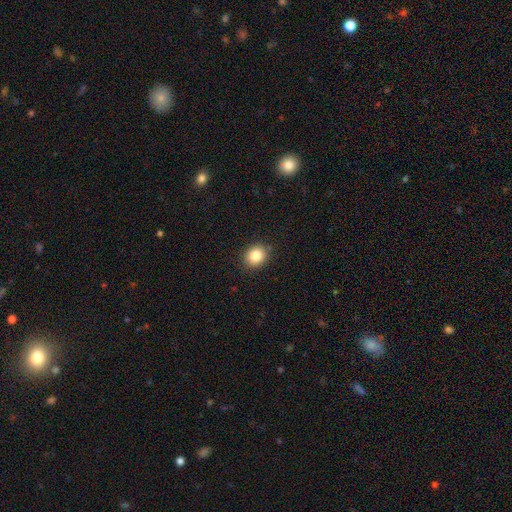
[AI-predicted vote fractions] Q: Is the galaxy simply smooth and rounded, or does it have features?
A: smooth — 84%.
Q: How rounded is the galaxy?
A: round — 71%.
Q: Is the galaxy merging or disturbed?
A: none — 87%.